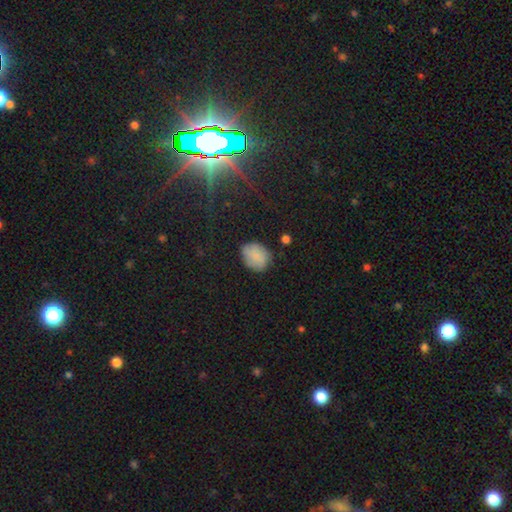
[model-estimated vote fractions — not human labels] The model was most divided on "how rounded": in between: 50%, round: 49%, cigar-shaped: 1%. More confident: smooth or featured — smooth (79%); merging — none (71%).